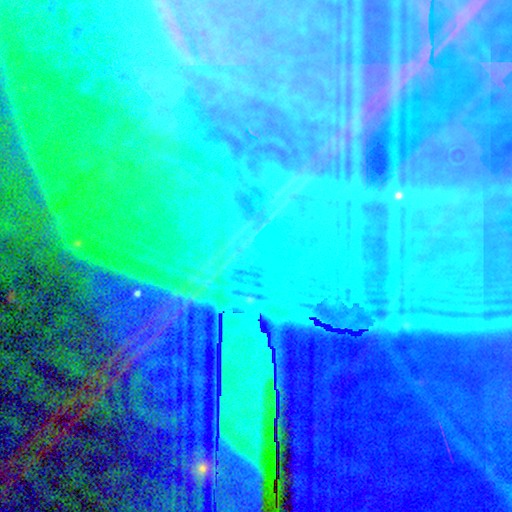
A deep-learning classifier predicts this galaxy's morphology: smooth_or_featured: star or artifact (p=0.85) [alt: featured or disk p=0.08]